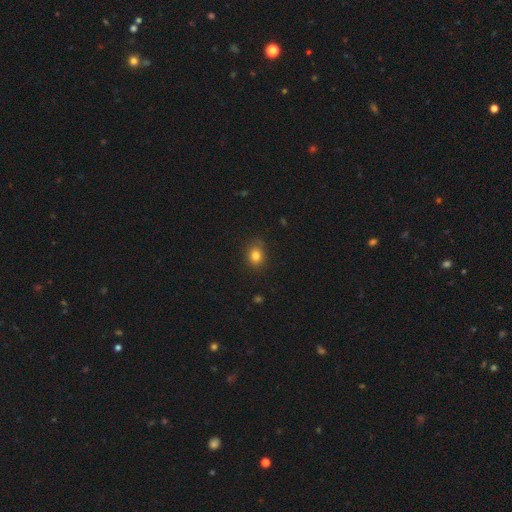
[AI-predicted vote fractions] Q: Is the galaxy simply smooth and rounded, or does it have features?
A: smooth — 82%.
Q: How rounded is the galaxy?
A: round — 58%.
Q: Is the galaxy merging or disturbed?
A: none — 82%.